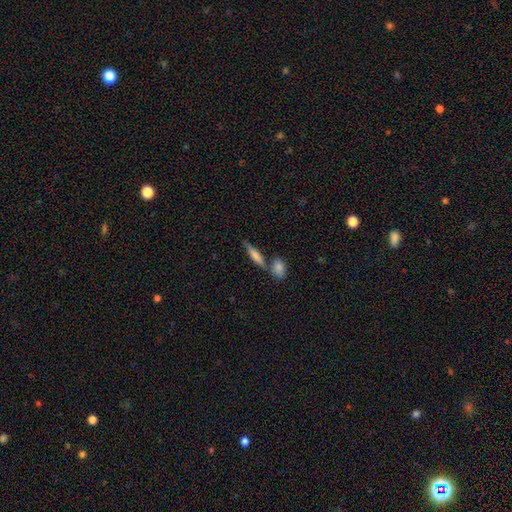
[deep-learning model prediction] smooth_or_featured: smooth (p=0.55) [alt: featured or disk p=0.36]
how_rounded: cigar-shaped (p=0.76) [alt: in between p=0.21]
merging: none (p=0.64) [alt: merger p=0.23]